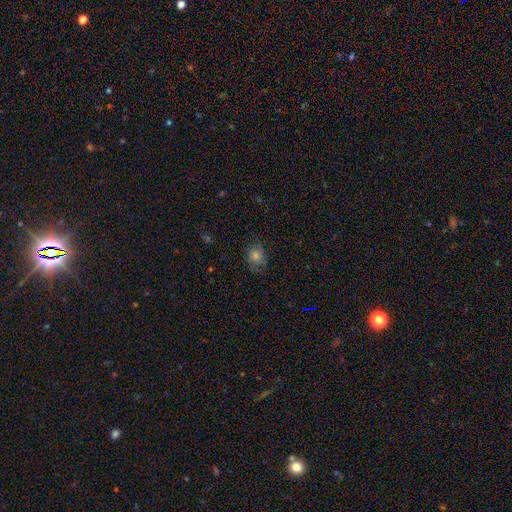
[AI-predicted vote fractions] Smooth or featured? smooth (56%)
How rounded? round (54%)
Merging? none (71%)